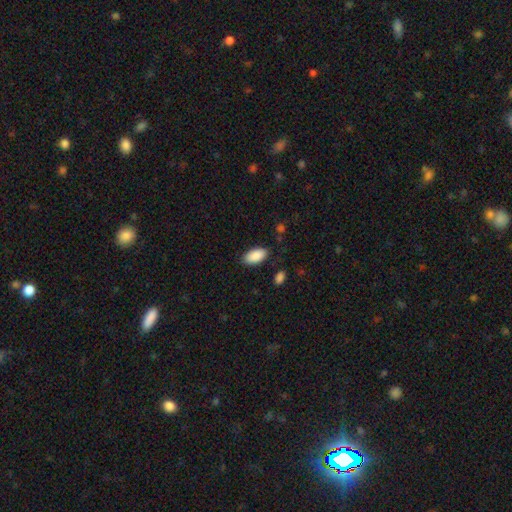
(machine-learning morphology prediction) This is clearly a smooth galaxy (90%). How rounded: clearly in between (94%). Merging: clearly none (84%).